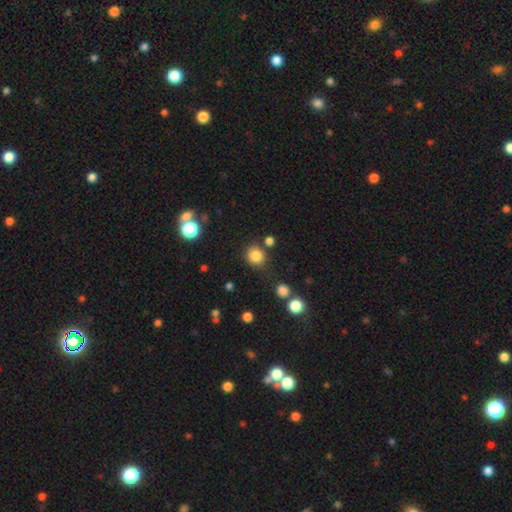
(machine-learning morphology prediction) This is clearly a smooth galaxy (83%). How rounded: clearly round (88%). Merging: clearly none (80%).